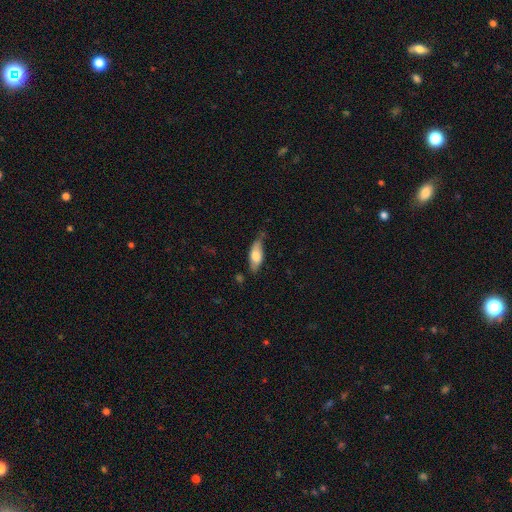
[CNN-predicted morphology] Smooth or featured? Predicted: smooth (p=0.71). How rounded? Predicted: in between (p=0.74). Merging? Predicted: none (p=0.60).